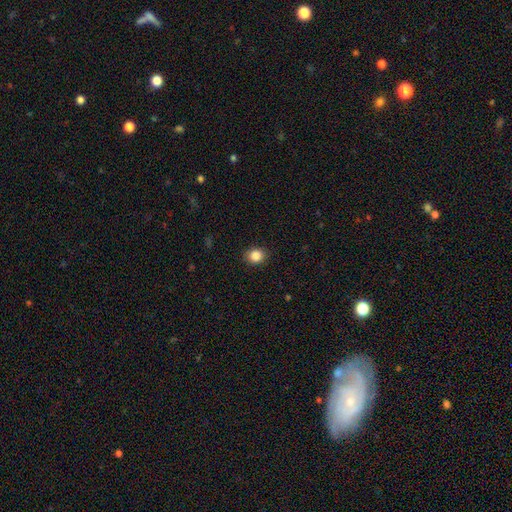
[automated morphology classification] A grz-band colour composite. It shows a smooth galaxy with no disk features (86%) that is round (68%). Merging: none (89%).